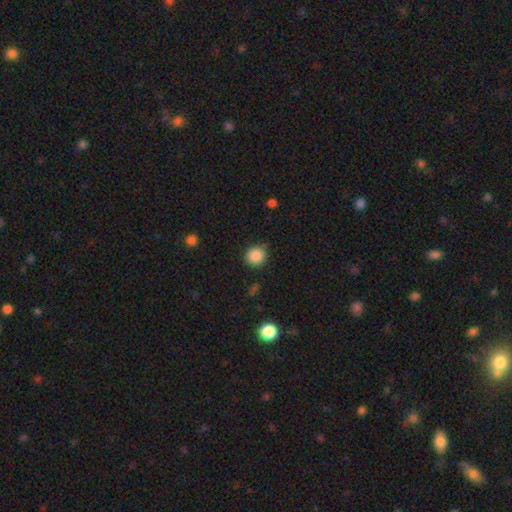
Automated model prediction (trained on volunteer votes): A smooth galaxy with no disk features (87%) that is round (90%). Merging: none (85%).